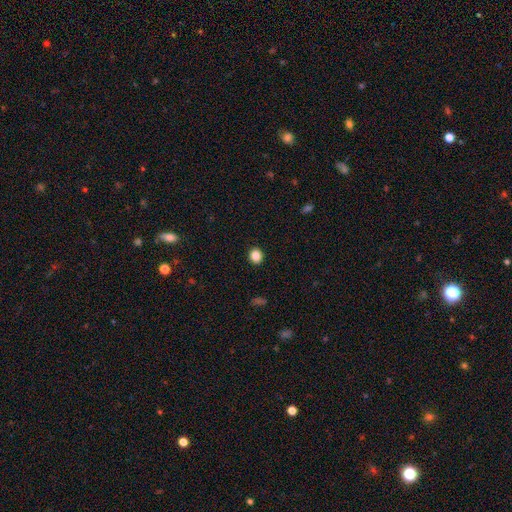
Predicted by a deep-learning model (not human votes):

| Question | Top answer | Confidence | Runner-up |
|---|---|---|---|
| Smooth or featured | smooth | 86% | star or artifact (11%) |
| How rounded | round | 81% | in between (18%) |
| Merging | none | 92% | minor disturbance (5%) |